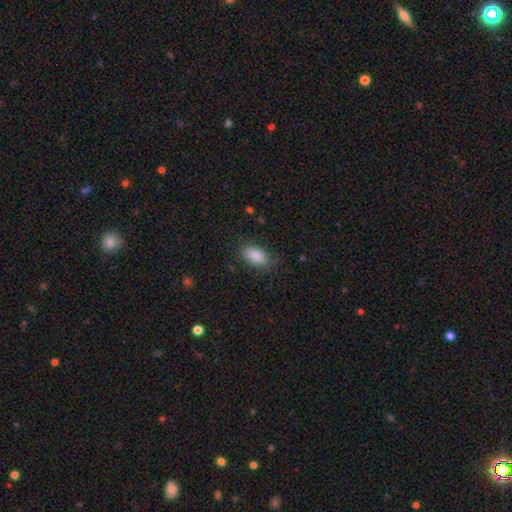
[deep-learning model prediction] Smooth or featured? Predicted: smooth (p=0.87). How rounded? Predicted: in between (p=0.91). Merging? Predicted: none (p=0.74).